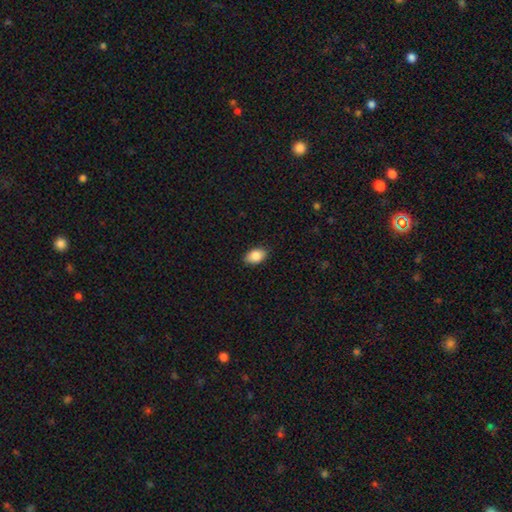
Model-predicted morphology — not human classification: type=smooth (87%); roundness=in between (89%); merging=none (88%).